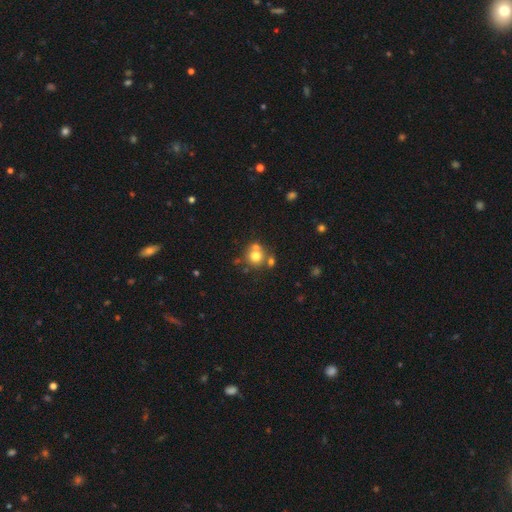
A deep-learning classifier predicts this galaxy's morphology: This appears to be a smooth galaxy with no disk features (71%) that is round (87%). Merging: none (56%).